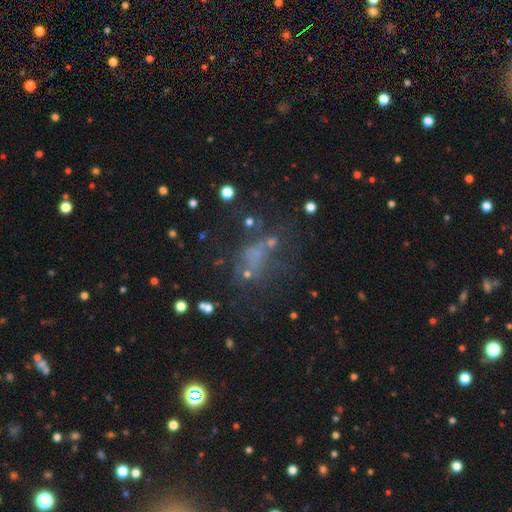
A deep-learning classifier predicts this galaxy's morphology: type=smooth (34%); merging=none (41%).